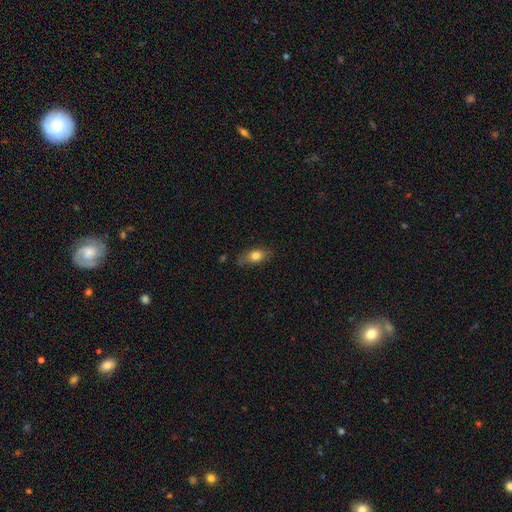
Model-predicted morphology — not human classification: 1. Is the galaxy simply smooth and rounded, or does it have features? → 74% smooth, 17% featured or disk, 8% star or artifact.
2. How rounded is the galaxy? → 76% in between, 12% round, 12% cigar-shaped.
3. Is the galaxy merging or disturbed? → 70% none, 23% minor disturbance, 5% major disturbance, 2% merger.